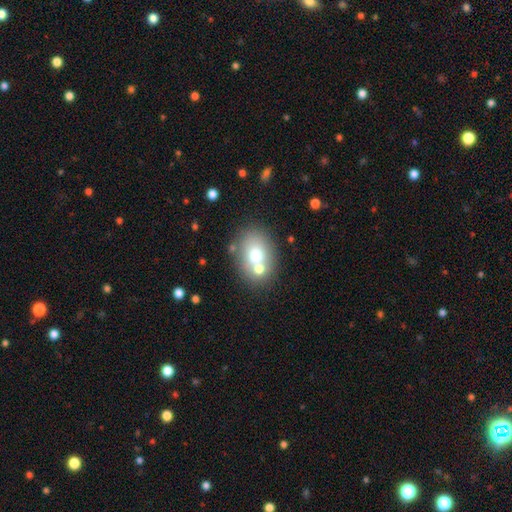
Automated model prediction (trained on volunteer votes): Smooth or featured? smooth (67%)
How rounded? in between (60%)
Merging? none (55%)